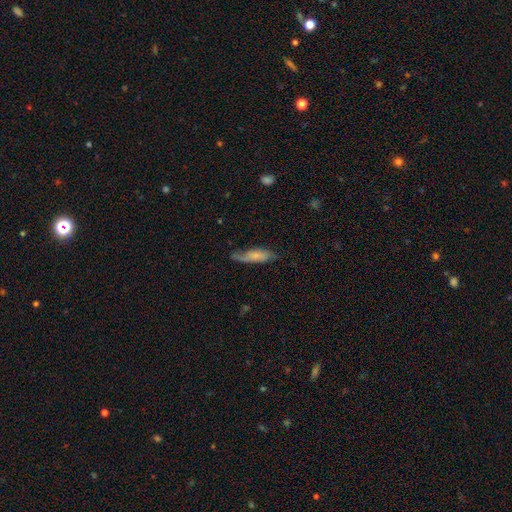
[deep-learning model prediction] Overall: smooth (59%; featured or disk 35%). How rounded: in between (50%; cigar-shaped 48%). Merging: none (56%; minor disturbance 30%).